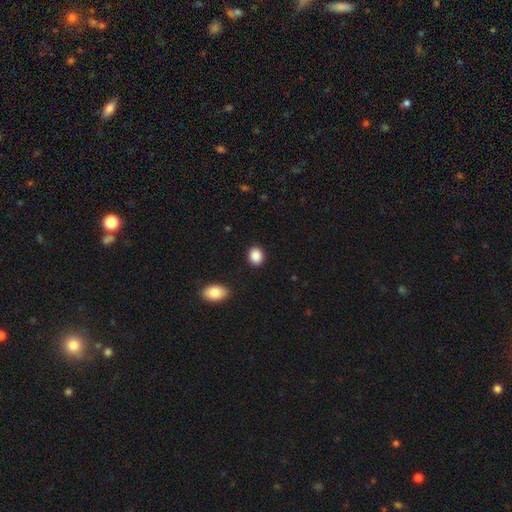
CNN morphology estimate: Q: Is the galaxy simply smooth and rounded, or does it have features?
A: smooth — 89%.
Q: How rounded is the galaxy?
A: round — 54%.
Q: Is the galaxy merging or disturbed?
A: none — 89%.